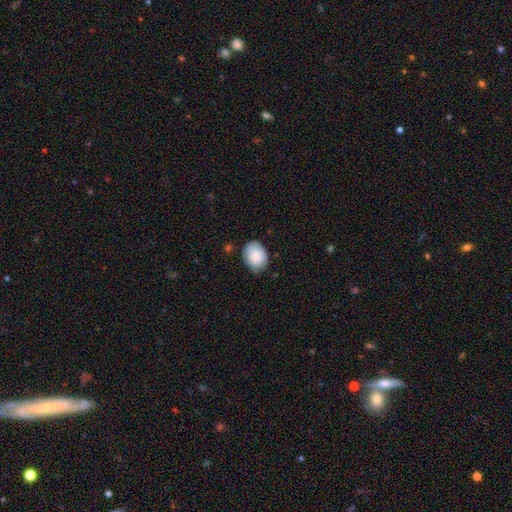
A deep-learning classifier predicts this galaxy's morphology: smooth 87%, featured or disk 7%, star or artifact 7%. Down the decision tree: how rounded — in between (62%); merging — none (73%).